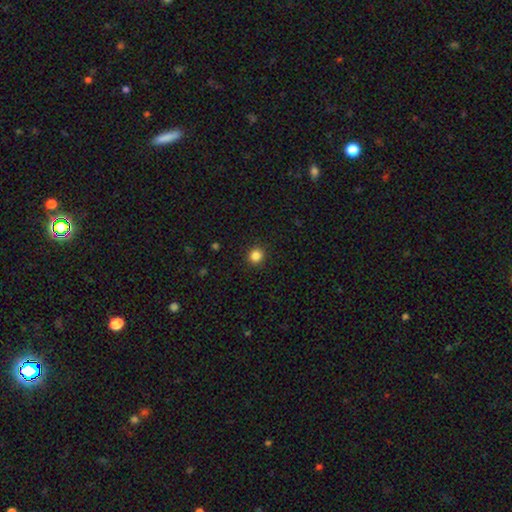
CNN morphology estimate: Smooth or featured: smooth — 84% (star or artifact — 12%)
How rounded: round — 92% (in between — 7%)
Merging: none — 92% (minor disturbance — 5%)